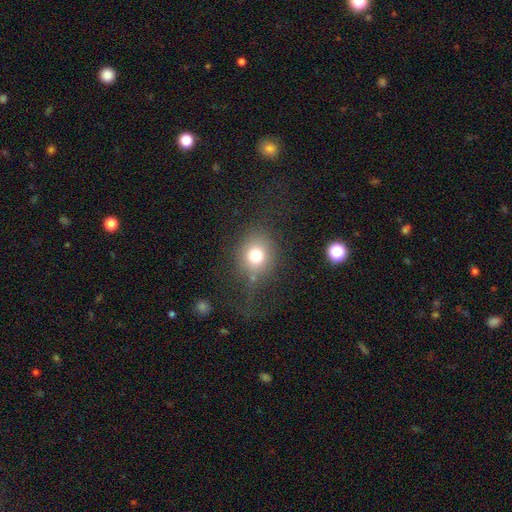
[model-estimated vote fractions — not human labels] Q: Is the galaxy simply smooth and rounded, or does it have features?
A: smooth — 74%.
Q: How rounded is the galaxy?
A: round — 69%.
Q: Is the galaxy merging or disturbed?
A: none — 61%.